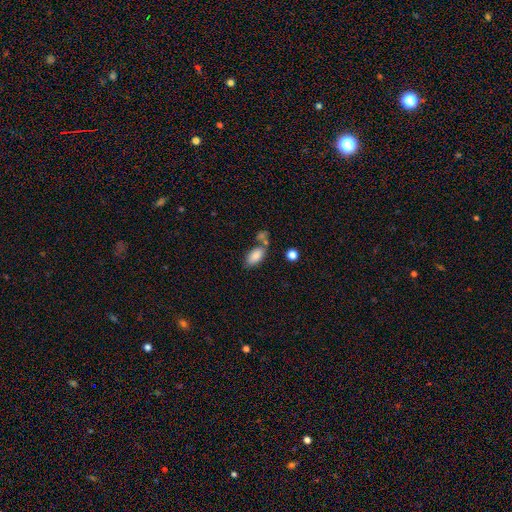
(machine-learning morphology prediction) The model was most divided on "merging": none: 54%, merger: 24%, minor disturbance: 16%, major disturbance: 6%. More confident: how rounded — in between (91%); smooth or featured — smooth (84%).